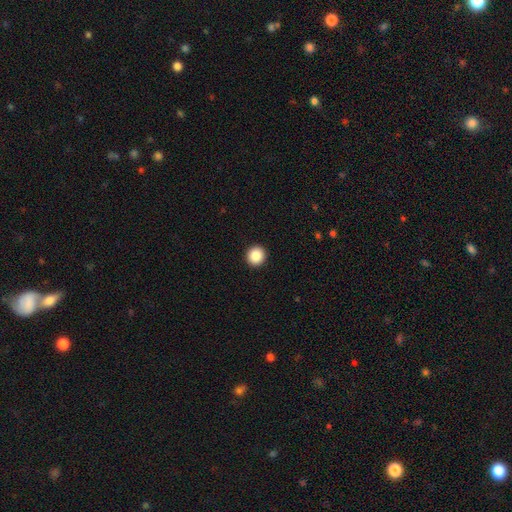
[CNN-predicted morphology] Overall: smooth (88%). How rounded: round (93%). Merging: none (94%).